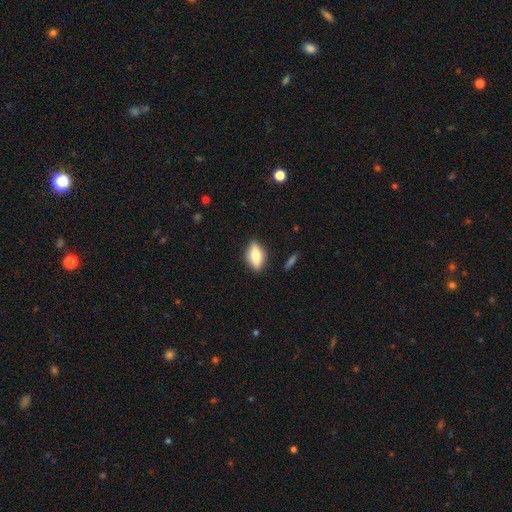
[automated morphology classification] A smooth galaxy with no disk features (60%) that is in between round and cigar-shaped (75%). Merging: none (83%).